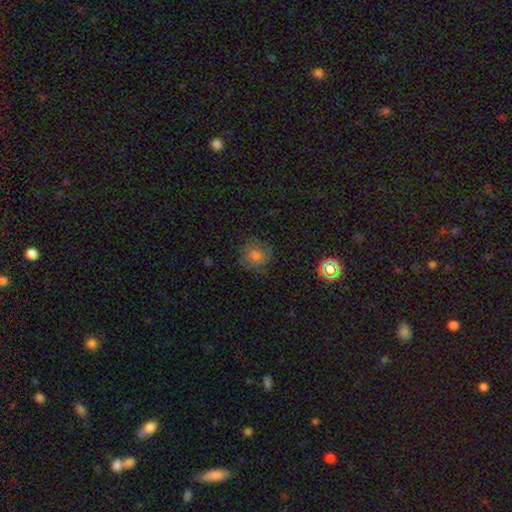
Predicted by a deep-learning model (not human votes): The model was most divided on "smooth or featured": smooth: 72%, star or artifact: 14%, featured or disk: 14%. More confident: how rounded — round (90%); merging — none (79%).